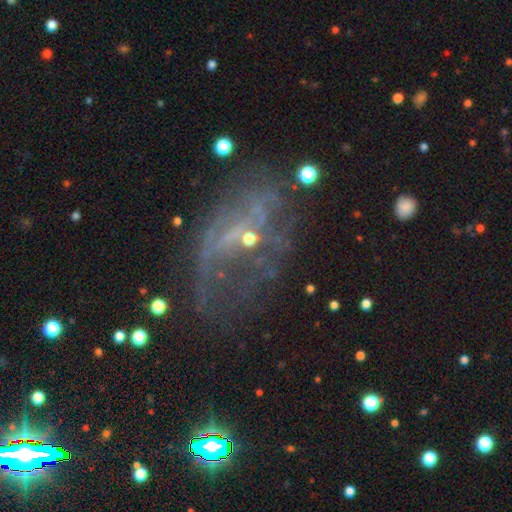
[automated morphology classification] Q: Smooth or featured?
A: featured or disk (60%); runner-up: star or artifact (24%)
Q: Edge-on disk?
A: no (92%); runner-up: yes (8%)
Q: Bar?
A: no (63%); runner-up: weak (28%)
Q: Spiral arms?
A: no (51%); runner-up: yes (49%)
Q: Bulge size?
A: small (67%); runner-up: none (18%)
Q: Merging?
A: none (41%); runner-up: major disturbance (33%)